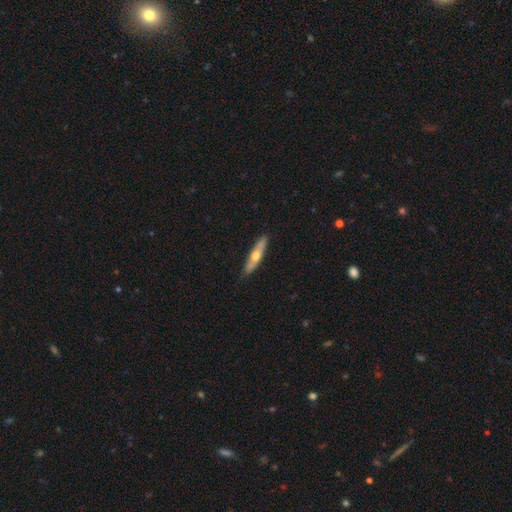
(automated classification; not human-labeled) smooth_or_featured: smooth (p=0.50) [alt: featured or disk p=0.45]
merging: none (p=0.84) [alt: minor disturbance p=0.13]